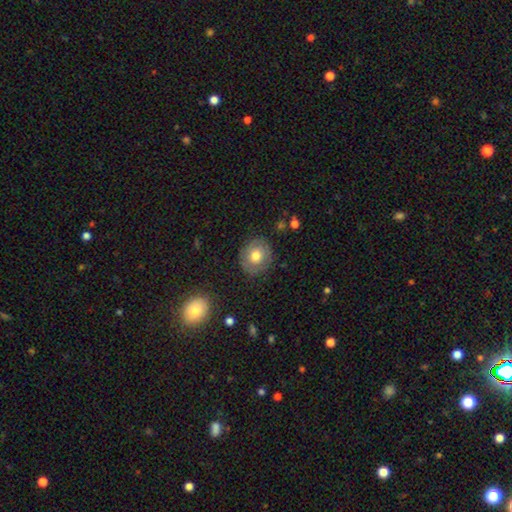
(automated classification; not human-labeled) Overall: smooth (66%). How rounded: round (74%). Merging: none (82%).